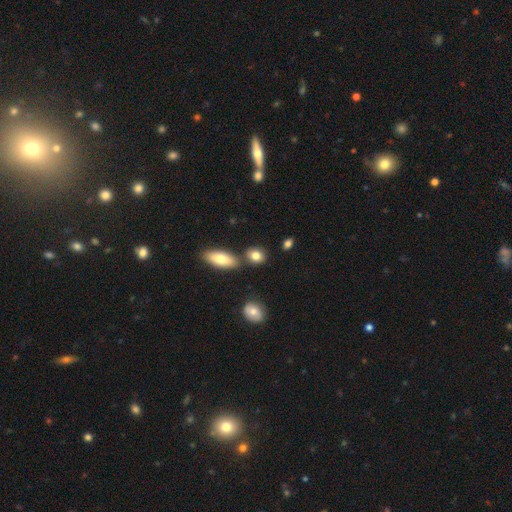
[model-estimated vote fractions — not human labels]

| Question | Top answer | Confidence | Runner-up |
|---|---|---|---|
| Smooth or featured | smooth | 83% | star or artifact (9%) |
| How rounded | in between | 50% | round (47%) |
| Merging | none | 72% | merger (13%) |